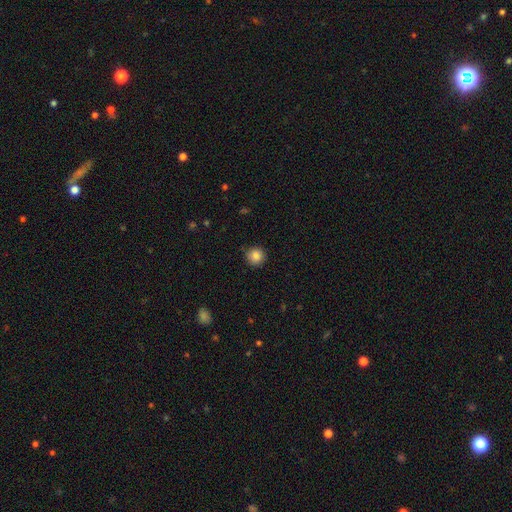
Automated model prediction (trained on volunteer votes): Smooth or featured?
  - smooth: 84% *
  - star or artifact: 10%
  - featured or disk: 6%
How rounded?
  - round: 95% *
  - in between: 4%
  - cigar-shaped: 1%
Merging?
  - none: 88% *
  - minor disturbance: 9%
  - major disturbance: 2%
  - merger: 1%